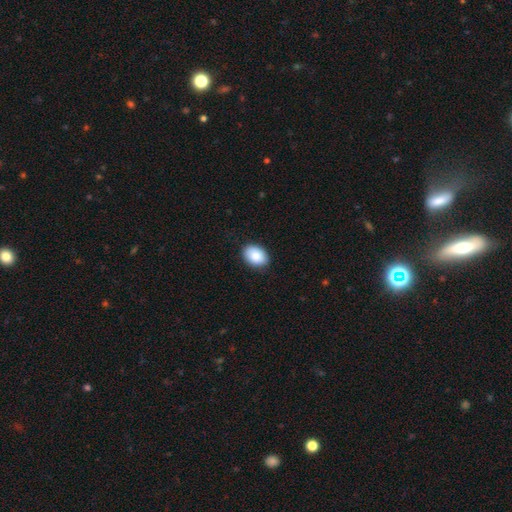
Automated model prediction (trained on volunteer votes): smooth 88%, star or artifact 7%, featured or disk 5%. Down the decision tree: how rounded — in between (80%); merging — none (86%).